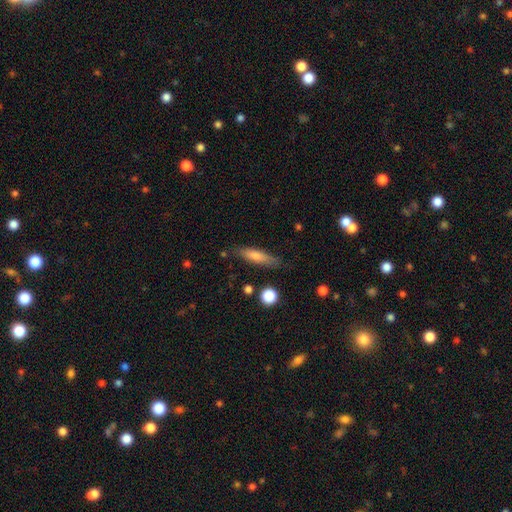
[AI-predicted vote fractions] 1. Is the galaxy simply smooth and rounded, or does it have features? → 56% smooth, 34% featured or disk, 10% star or artifact.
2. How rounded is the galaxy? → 77% cigar-shaped, 20% in between, 3% round.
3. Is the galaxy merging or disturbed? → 82% none, 13% minor disturbance, 3% major disturbance, 2% merger.